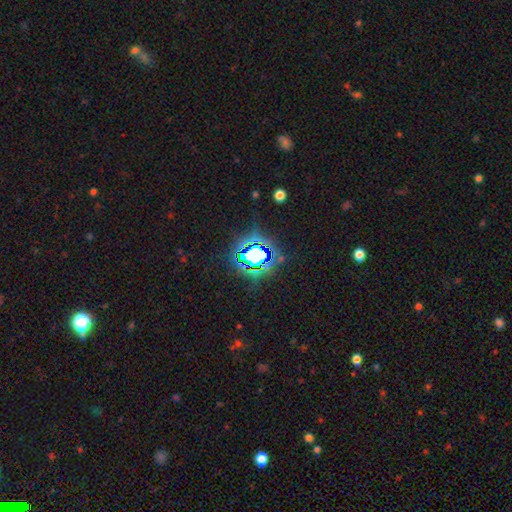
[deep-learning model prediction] This is likely a star or artifact rather than a galaxy (74%).